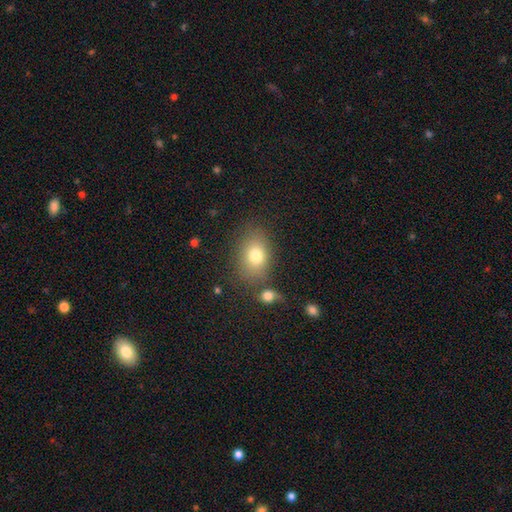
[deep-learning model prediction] A smooth galaxy with no disk features (77%) that is in between round and cigar-shaped (74%). Merging: none (74%).